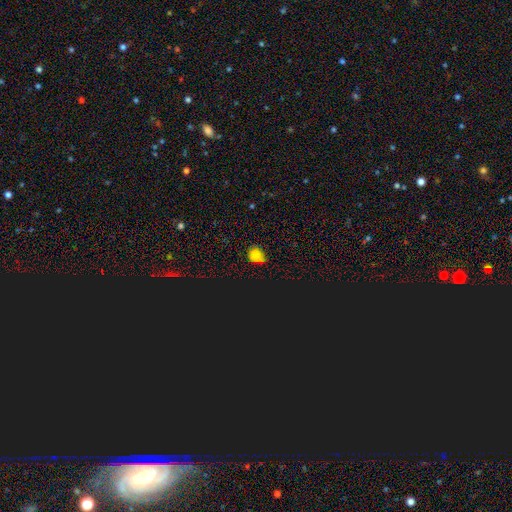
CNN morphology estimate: Smooth or featured? Predicted: smooth (p=0.69). How rounded? Predicted: round (p=0.61). Merging? Predicted: none (p=0.63).